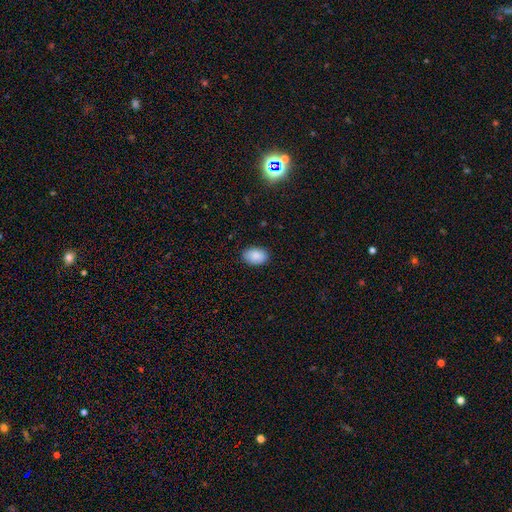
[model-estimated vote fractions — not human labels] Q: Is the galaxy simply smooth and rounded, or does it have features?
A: smooth — 89%.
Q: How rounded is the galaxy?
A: in between — 87%.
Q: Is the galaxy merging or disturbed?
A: none — 87%.